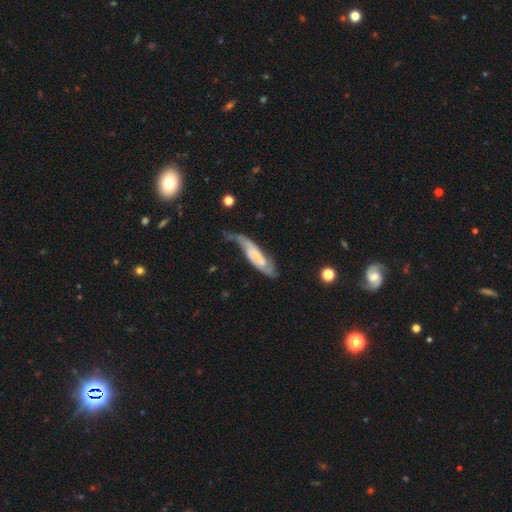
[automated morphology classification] A featured or disk galaxy (65%) with no bar (54%), spiral arms (89%) and a small central bulge (50%).

Vote fractions:
- Smooth or featured? featured or disk: 65% / smooth: 29% / star or artifact: 6%
- Edge-on disk? no: 79% / yes: 21%
- Bar? no: 54% / weak: 33% / strong: 13%
- Spiral arms? yes: 89% / no: 11%
- Bulge size? small: 50% / none: 26% / moderate: 19% / large: 4% / dominant: 2%
- Merging? none: 39% / minor disturbance: 31% / major disturbance: 24% / merger: 6%